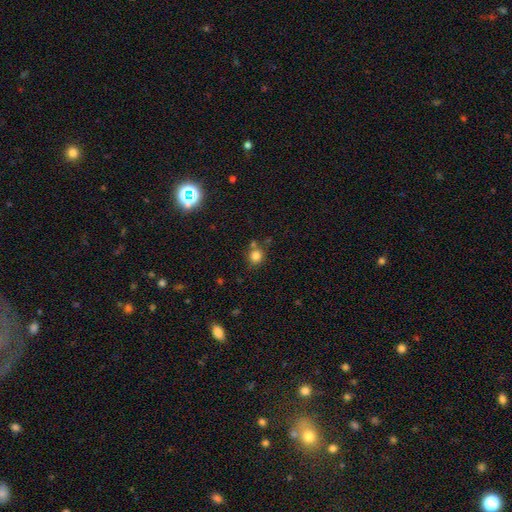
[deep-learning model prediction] A smooth galaxy with no disk features (81%) that is round (84%).

Vote fractions:
- Smooth or featured? smooth: 81% / star or artifact: 13% / featured or disk: 6%
- How rounded? round: 84% / in between: 15% / cigar-shaped: 1%
- Merging? none: 68% / merger: 16% / minor disturbance: 12% / major disturbance: 4%